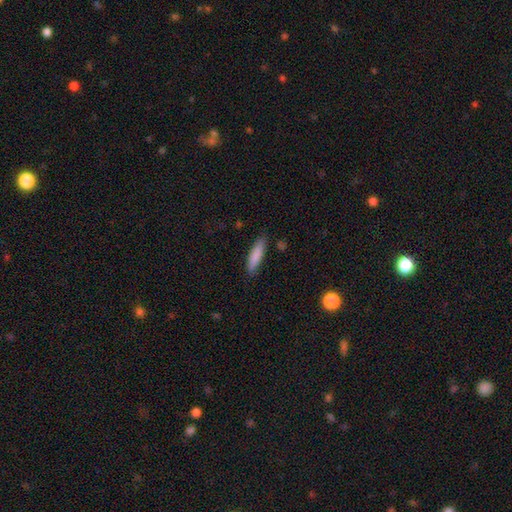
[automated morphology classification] A smooth galaxy with no disk features (86%) that is cigar-shaped (73%).

Vote fractions:
- Smooth or featured? smooth: 86% / featured or disk: 8% / star or artifact: 6%
- How rounded? cigar-shaped: 73% / in between: 26% / round: 1%
- Merging? none: 85% / minor disturbance: 11% / major disturbance: 2% / merger: 2%